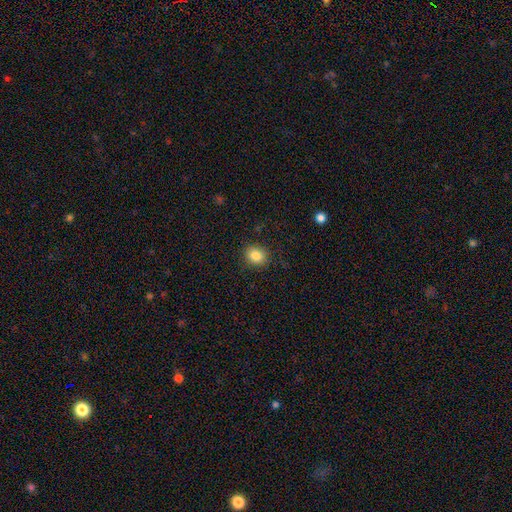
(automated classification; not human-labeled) Overall: smooth (84%). How rounded: round (72%). Merging: none (88%).